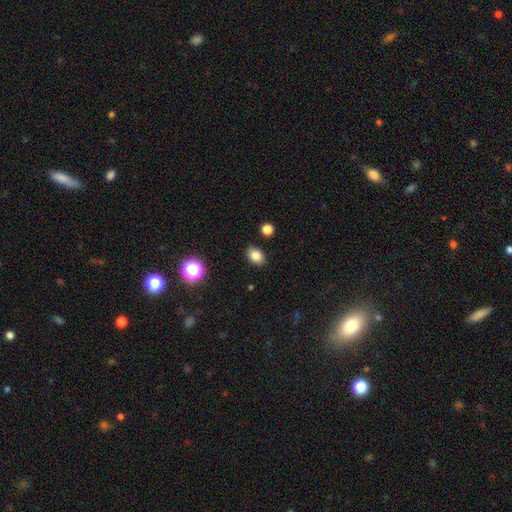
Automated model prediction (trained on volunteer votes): Smooth or featured: smooth — 82% (star or artifact — 11%)
How rounded: in between — 76% (round — 23%)
Merging: none — 88% (minor disturbance — 8%)